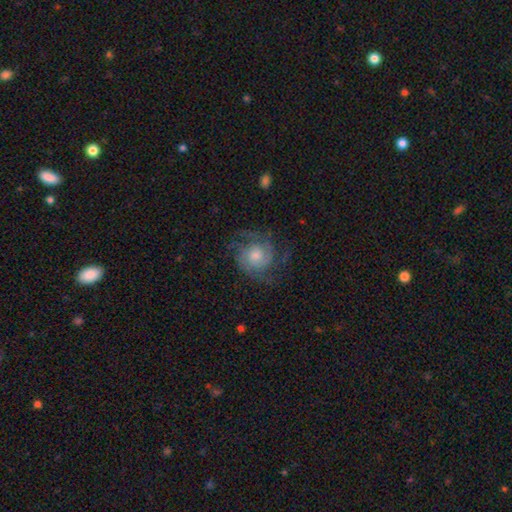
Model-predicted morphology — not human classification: Q: Smooth or featured?
A: featured or disk (79%); runner-up: smooth (14%)
Q: Edge-on disk?
A: no (98%); runner-up: yes (2%)
Q: Bar?
A: no (75%); runner-up: weak (22%)
Q: Spiral arms?
A: yes (95%); runner-up: no (5%)
Q: Spiral winding?
A: tight (50%); runner-up: medium (39%)
Q: Spiral arm count?
A: 2 (41%); runner-up: 3 (24%)
Q: Bulge size?
A: moderate (56%); runner-up: small (26%)
Q: Merging?
A: none (70%); runner-up: minor disturbance (17%)